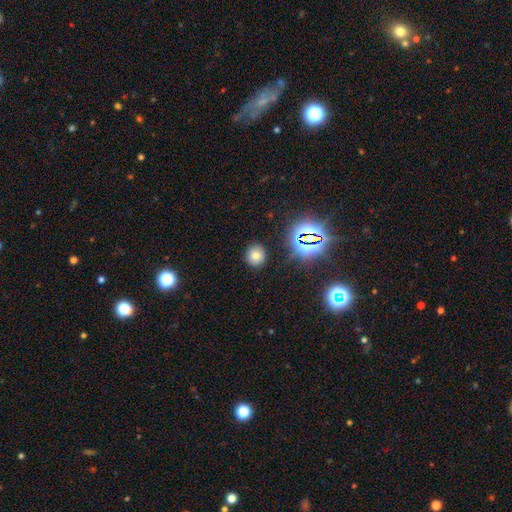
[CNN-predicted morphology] Smooth or featured? Predicted: smooth (p=0.69). How rounded? Predicted: round (p=0.87). Merging? Predicted: none (p=0.88).